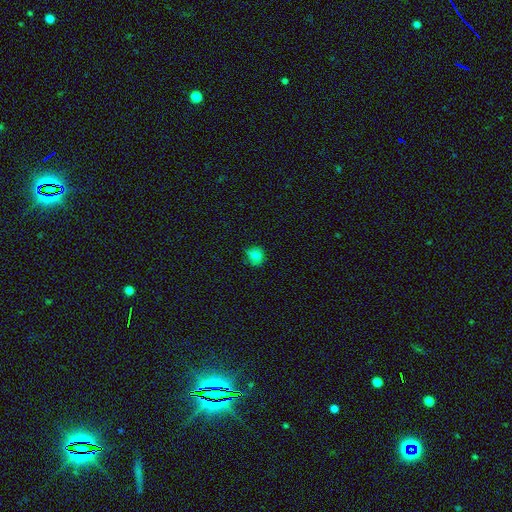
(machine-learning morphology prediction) Smooth or featured: smooth — 81% (star or artifact — 12%)
How rounded: round — 85% (in between — 14%)
Merging: none — 81% (minor disturbance — 15%)